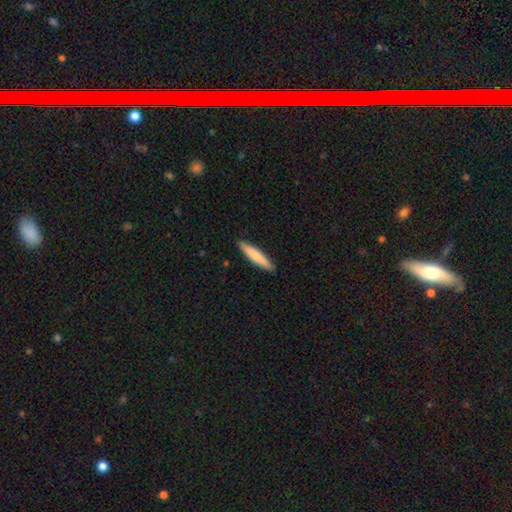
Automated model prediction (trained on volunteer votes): smooth 77%, featured or disk 18%, star or artifact 5%. Down the decision tree: how rounded — cigar-shaped (89%); merging — none (91%).